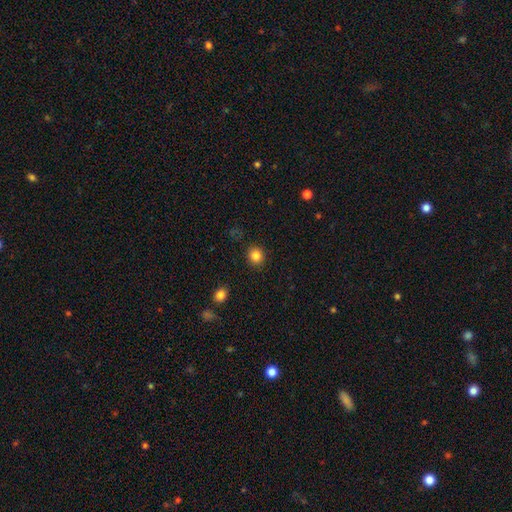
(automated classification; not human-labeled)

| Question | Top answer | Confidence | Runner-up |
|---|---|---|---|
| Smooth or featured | smooth | 85% | star or artifact (11%) |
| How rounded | round | 85% | in between (14%) |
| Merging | none | 90% | minor disturbance (7%) |